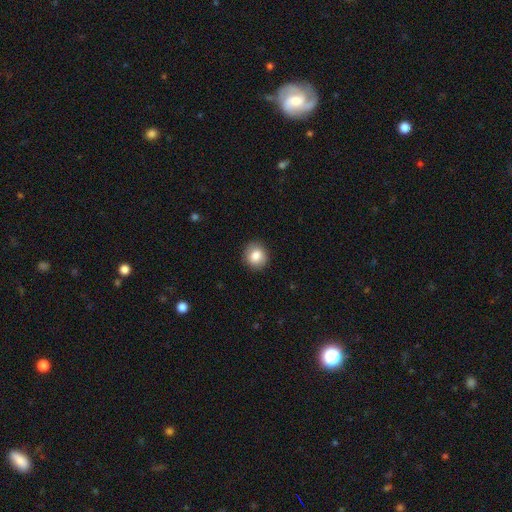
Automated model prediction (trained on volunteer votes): Smooth or featured? Predicted: smooth (p=0.83). How rounded? Predicted: round (p=0.83). Merging? Predicted: none (p=0.88).